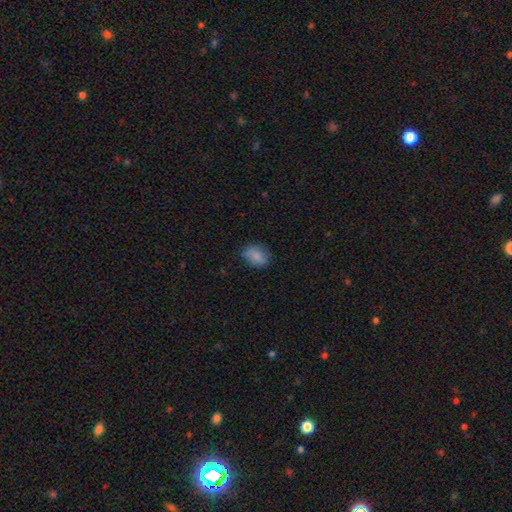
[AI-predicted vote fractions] A smooth galaxy with no disk features (84%) that is in between round and cigar-shaped (70%). Merging: none (73%).